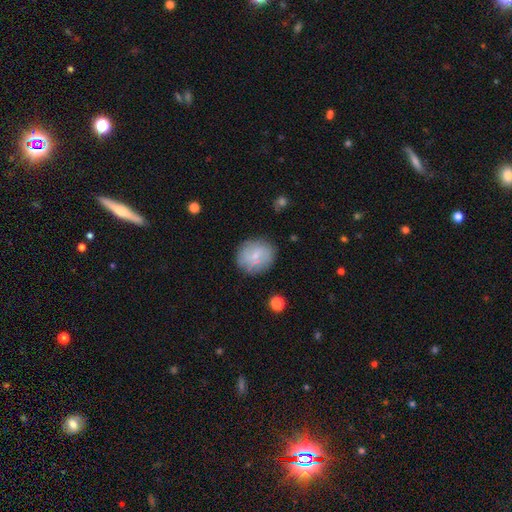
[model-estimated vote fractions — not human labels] smooth-or-featured: smooth: 58% | featured or disk: 34% | star or artifact: 8%
  how-rounded: round: 78% | in between: 20% | cigar-shaped: 1%
  merging: none: 77% | minor disturbance: 16% | major disturbance: 5% | merger: 2%